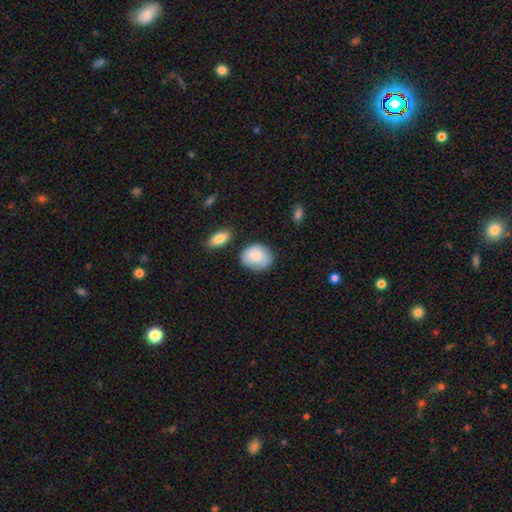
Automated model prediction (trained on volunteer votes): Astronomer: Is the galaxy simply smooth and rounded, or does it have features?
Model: smooth — 79%.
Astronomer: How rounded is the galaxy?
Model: round — 57% (runner-up: in between, 42%).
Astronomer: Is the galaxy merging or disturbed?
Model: none — 69%.